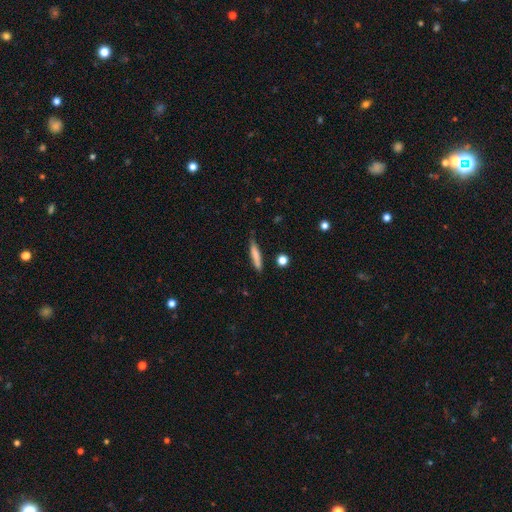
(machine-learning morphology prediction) Smooth or featured? Predicted: smooth (p=0.75). How rounded? Predicted: cigar-shaped (p=0.90). Merging? Predicted: none (p=0.80).